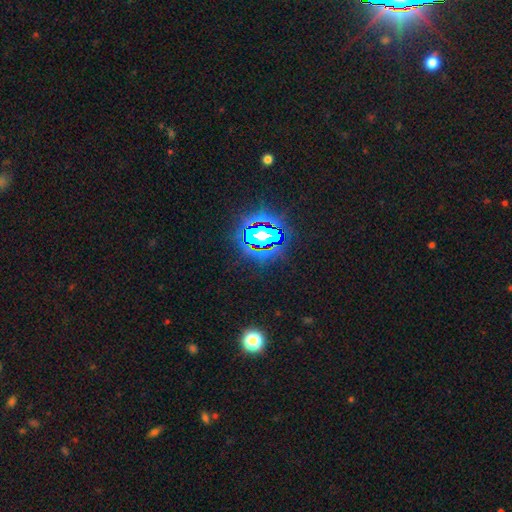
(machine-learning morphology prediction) This is clearly a star or artifact rather than a galaxy (83%).